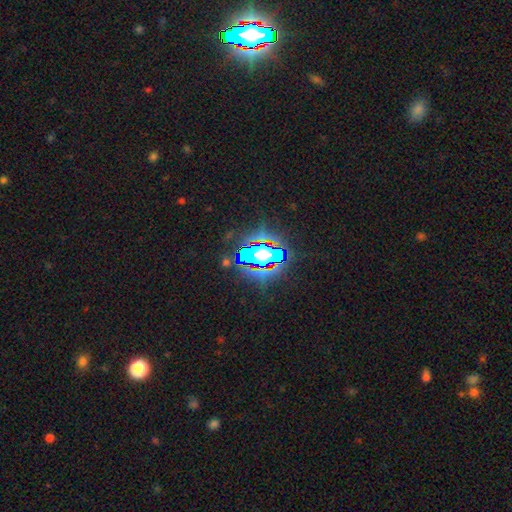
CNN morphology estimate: Smooth or featured? Predicted: star or artifact (p=0.72).